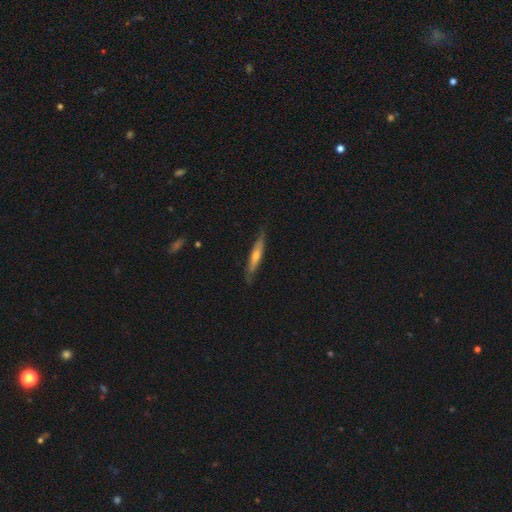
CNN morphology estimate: This appears to be a featured or disk galaxy (60%) viewed edge-on (87%) with a rounded central bulge (75%). Merging: none (82%).